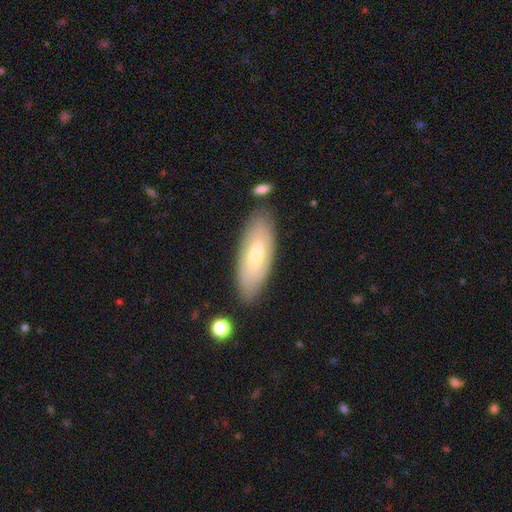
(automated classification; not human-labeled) A smooth galaxy with no disk features (58%) that is in between round and cigar-shaped (73%). Merging: none (81%).